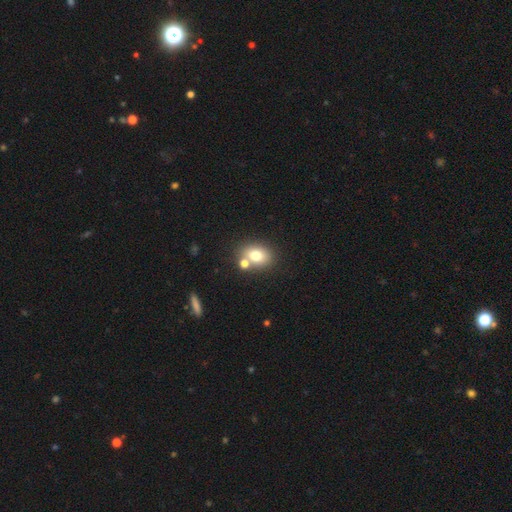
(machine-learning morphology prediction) The model was most divided on "how rounded": in between: 59%, round: 40%, cigar-shaped: 1%. More confident: smooth or featured — smooth (76%); merging — none (62%).